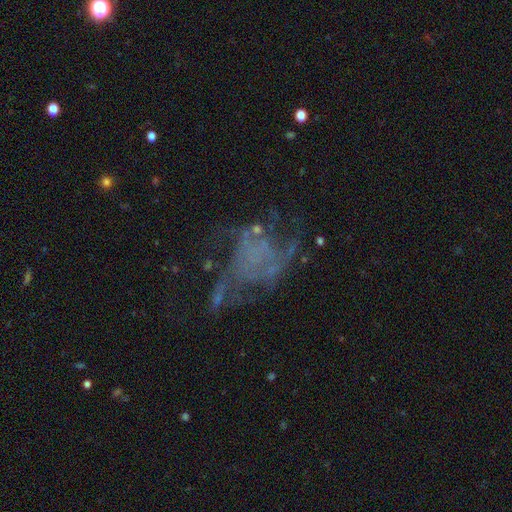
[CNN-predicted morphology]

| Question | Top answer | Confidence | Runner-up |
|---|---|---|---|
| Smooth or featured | featured or disk | 64% | star or artifact (21%) |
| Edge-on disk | no | 97% | yes (3%) |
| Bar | no | 88% | weak (9%) |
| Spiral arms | no | 58% | yes (42%) |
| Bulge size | none | 83% | small (9%) |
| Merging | major disturbance | 42% | none (37%) |